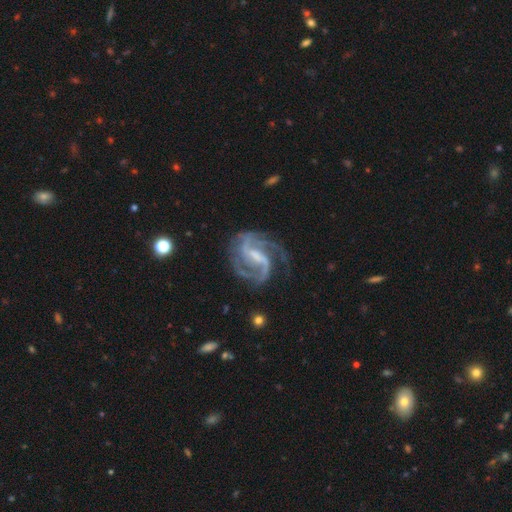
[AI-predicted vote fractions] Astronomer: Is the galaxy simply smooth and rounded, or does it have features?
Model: featured or disk — 92%.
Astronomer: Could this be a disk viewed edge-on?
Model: no — 98%.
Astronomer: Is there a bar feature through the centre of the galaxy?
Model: weak — 44%, tied with strong at 44%.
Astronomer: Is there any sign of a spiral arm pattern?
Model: yes — 98%.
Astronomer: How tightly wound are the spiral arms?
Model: medium — 57%.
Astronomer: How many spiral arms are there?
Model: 2 — 59%.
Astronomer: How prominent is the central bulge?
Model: small — 40% (runner-up: moderate, 32%).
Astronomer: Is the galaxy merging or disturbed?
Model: none — 67%.